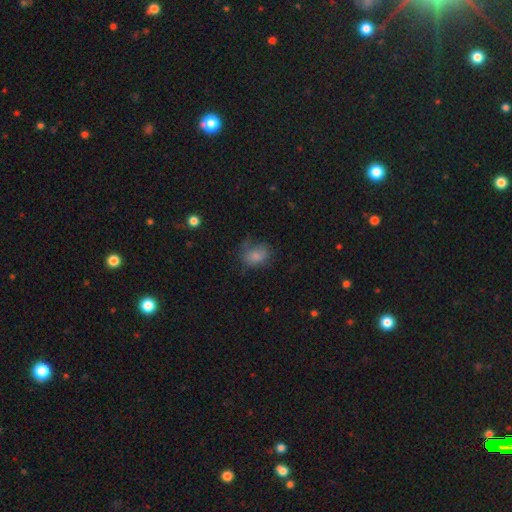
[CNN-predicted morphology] smooth_or_featured: smooth (p=0.78) [alt: featured or disk p=0.11]
how_rounded: in between (p=0.63) [alt: round p=0.36]
merging: none (p=0.52) [alt: minor disturbance p=0.28]